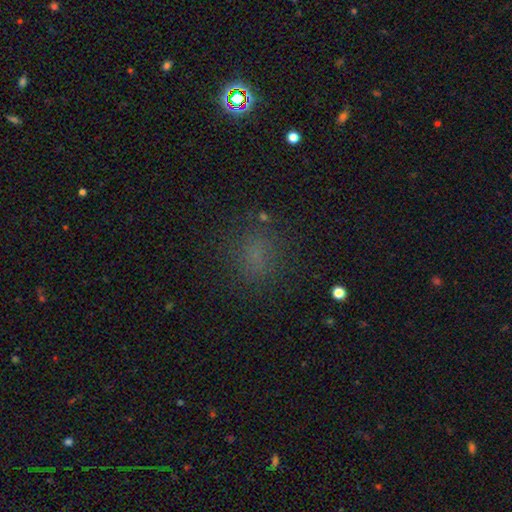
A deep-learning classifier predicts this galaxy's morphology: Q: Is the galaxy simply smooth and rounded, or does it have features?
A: smooth — 65%.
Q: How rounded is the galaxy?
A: round — 57%.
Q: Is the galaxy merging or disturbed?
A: none — 78%.